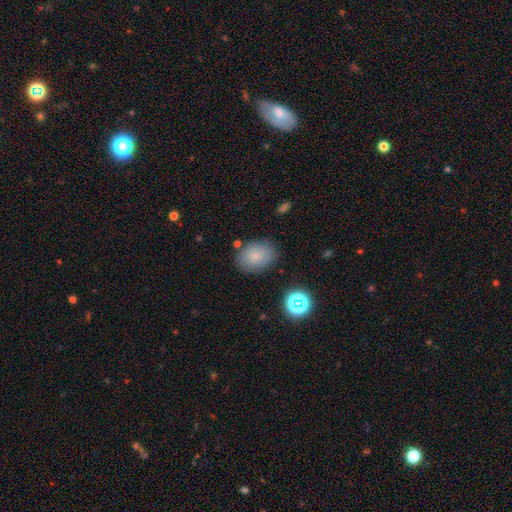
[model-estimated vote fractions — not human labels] Smooth or featured: smooth — 78% (star or artifact — 11%)
How rounded: in between — 71% (round — 28%)
Merging: none — 79% (minor disturbance — 14%)